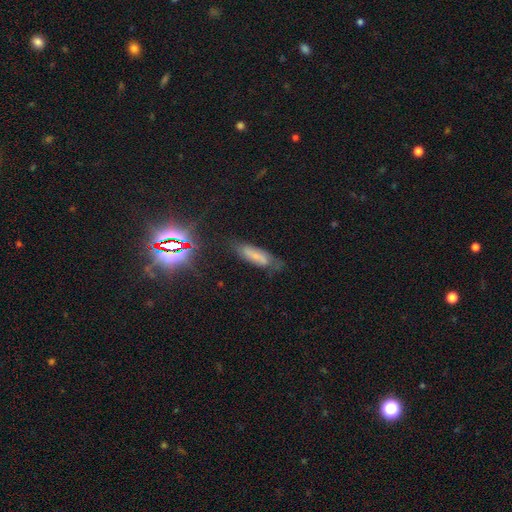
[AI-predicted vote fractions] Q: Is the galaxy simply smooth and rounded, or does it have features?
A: smooth — 52%.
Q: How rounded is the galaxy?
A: cigar-shaped — 51%.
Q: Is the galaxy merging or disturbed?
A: none — 63%.